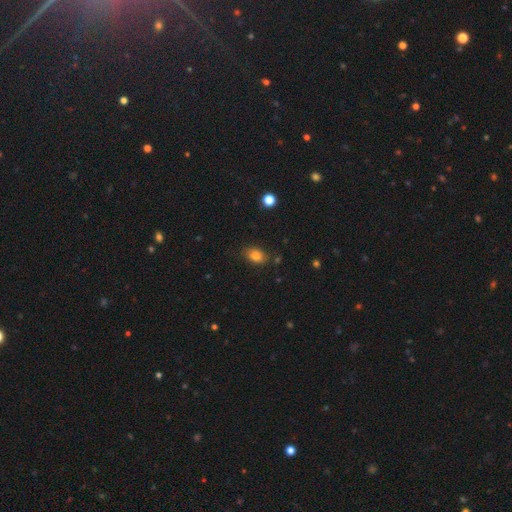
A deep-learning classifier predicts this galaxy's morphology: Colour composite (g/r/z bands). It shows a smooth galaxy with no disk features (82%) that is in between round and cigar-shaped (79%). Merging: none (81%).